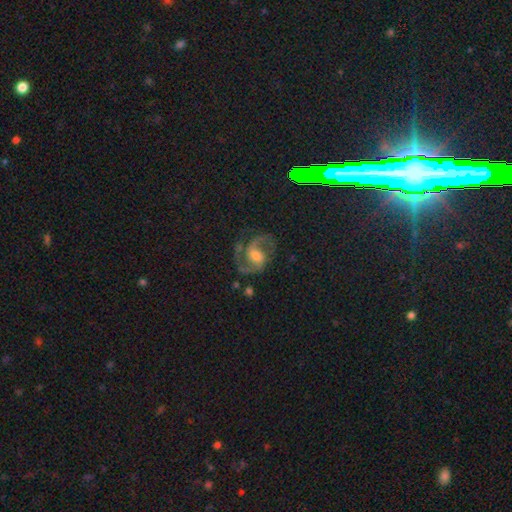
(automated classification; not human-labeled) smooth_or_featured: featured or disk (p=0.88) [alt: star or artifact p=0.06]
disk_edge_on: no (p=0.98) [alt: yes p=0.02]
bar: no (p=0.44) [tied with: weak p=0.44]
has_spiral_arms: yes (p=0.97) [alt: no p=0.03]
spiral_winding: medium (p=0.63) [alt: loose p=0.21]
spiral_arm_count: 2 (p=0.92) [alt: can't tell p=0.02]
bulge_size: moderate (p=0.52) [alt: small p=0.25]
merging: none (p=0.73) [alt: minor disturbance p=0.16]